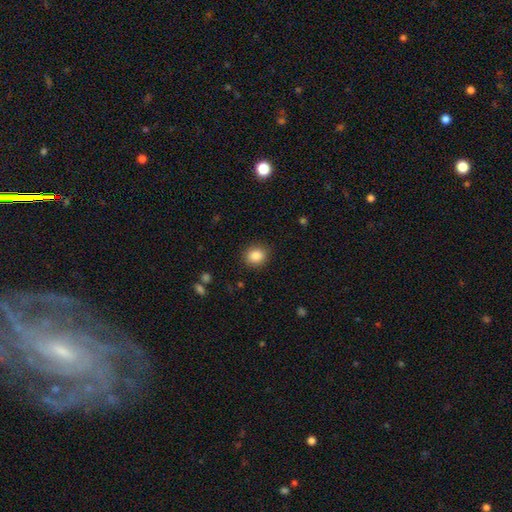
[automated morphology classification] Smooth or featured?
  - smooth: 87% *
  - star or artifact: 9%
  - featured or disk: 4%
How rounded?
  - round: 69% *
  - in between: 30%
  - cigar-shaped: 1%
Merging?
  - none: 88% *
  - minor disturbance: 9%
  - major disturbance: 3%
  - merger: 1%